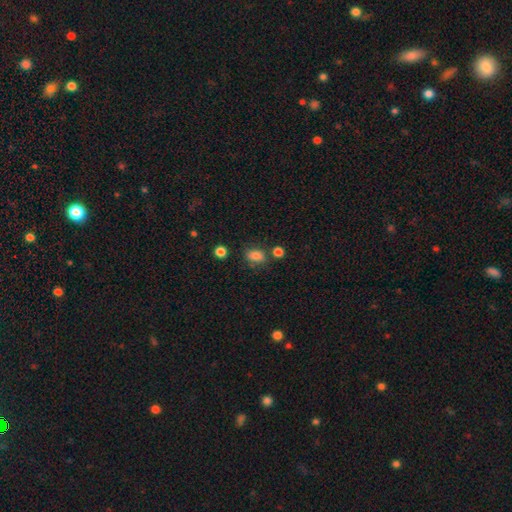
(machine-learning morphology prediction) A smooth galaxy with no disk features (82%) that is in between round and cigar-shaped (74%). Merging: none (71%).